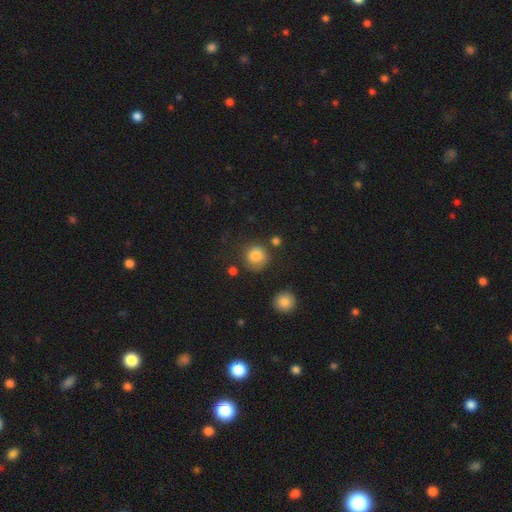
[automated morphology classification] Overall: smooth (83%). How rounded: round (88%). Merging: none (73%).